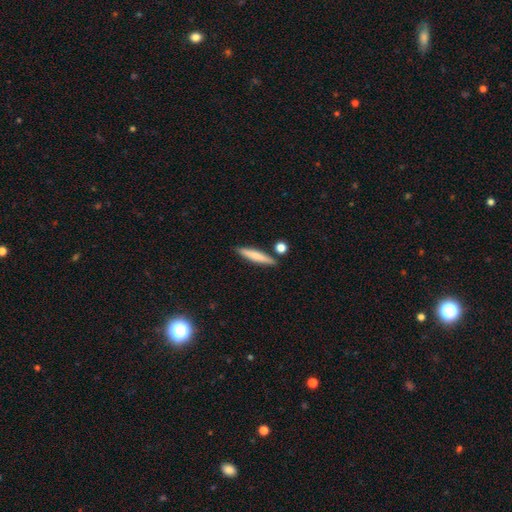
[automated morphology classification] Smooth or featured: smooth — 73% (featured or disk — 21%)
How rounded: cigar-shaped — 88% (in between — 10%)
Merging: none — 82% (minor disturbance — 10%)